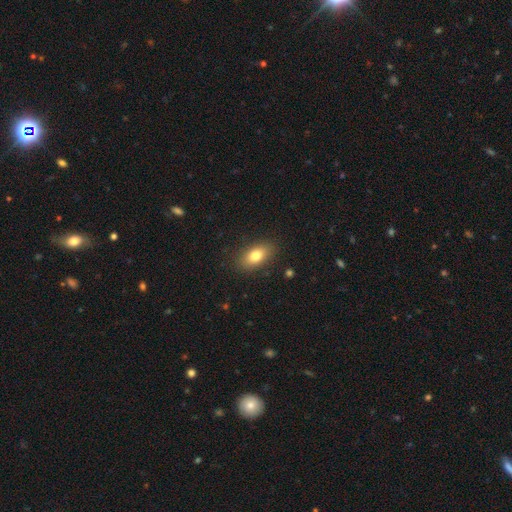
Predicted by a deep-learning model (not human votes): Morphology: type=smooth (79%); roundness=in between (86%); merging=none (86%).